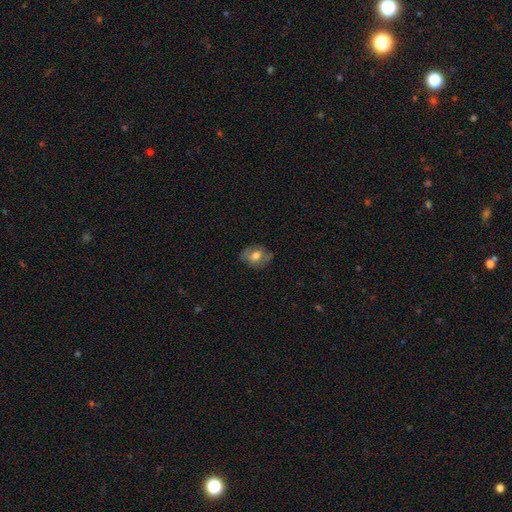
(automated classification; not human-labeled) Smooth or featured? Predicted: smooth (p=0.58). How rounded? Predicted: in between (p=0.52). Merging? Predicted: none (p=0.70).